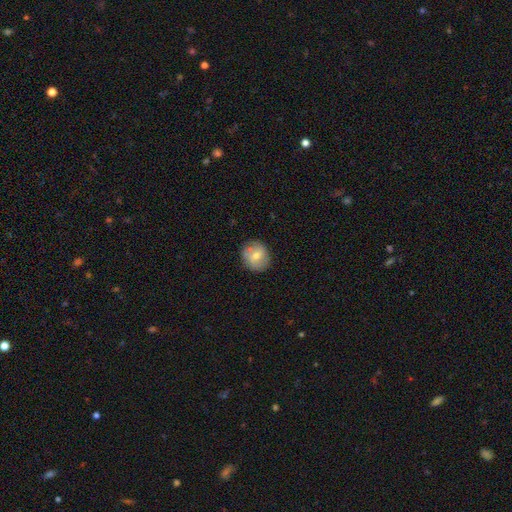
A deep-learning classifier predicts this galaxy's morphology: smooth-or-featured: smooth: 61% | featured or disk: 32% | star or artifact: 8%
  how-rounded: round: 84% | in between: 15% | cigar-shaped: 1%
  merging: none: 82% | minor disturbance: 13% | major disturbance: 3% | merger: 2%